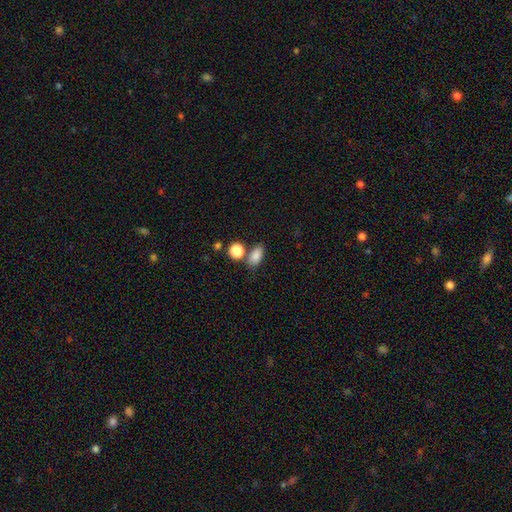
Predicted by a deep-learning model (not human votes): Smooth or featured: smooth — 84% (star or artifact — 10%)
How rounded: in between — 85% (round — 12%)
Merging: none — 65% (merger — 17%)